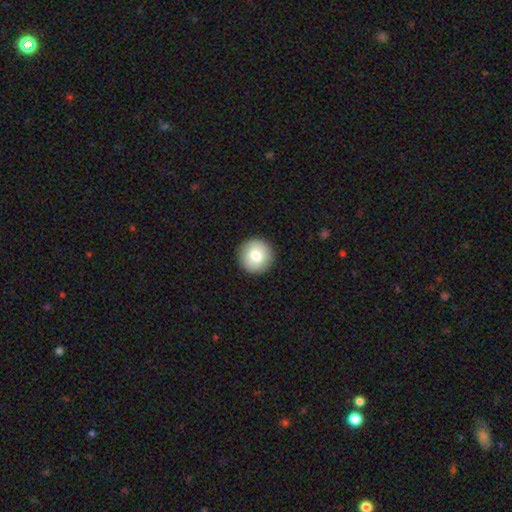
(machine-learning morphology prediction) A smooth galaxy with no disk features (79%) that is round (95%).

Vote fractions:
- Smooth or featured? smooth: 79% / featured or disk: 14% / star or artifact: 8%
- How rounded? round: 95% / in between: 4% / cigar-shaped: 1%
- Merging? none: 92% / minor disturbance: 5% / major disturbance: 2% / merger: 1%